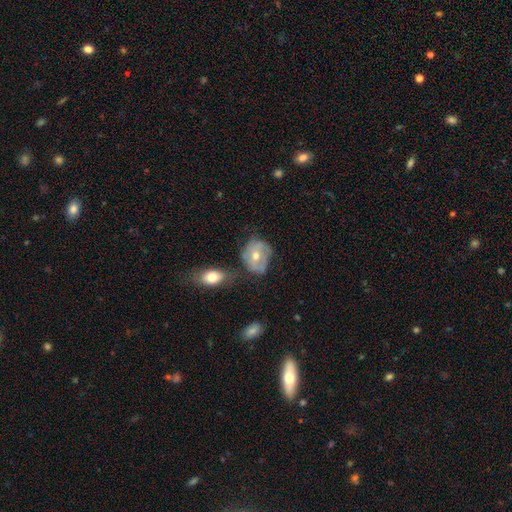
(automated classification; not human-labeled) Smooth or featured: featured or disk — 50% (smooth — 41%)
Edge-on disk: no — 95% (yes — 5%)
Merging: none — 47% (minor disturbance — 29%)